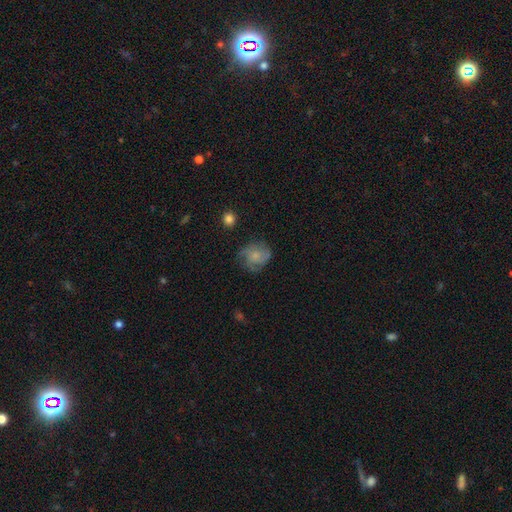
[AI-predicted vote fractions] Morphology: type=featured or disk (46%); merging=none (63%).